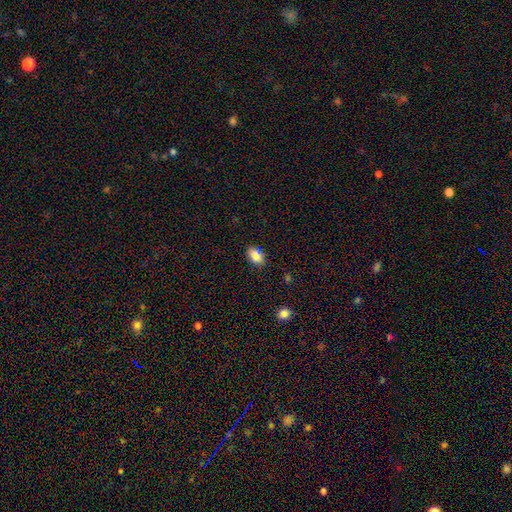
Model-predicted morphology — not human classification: Overall: smooth (84%). How rounded: in between (83%). Merging: none (84%).